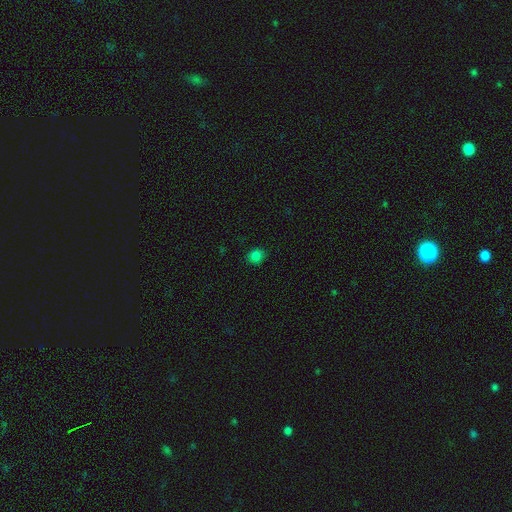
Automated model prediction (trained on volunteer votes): Overall: smooth (81%). How rounded: round (77%). Merging: none (88%).